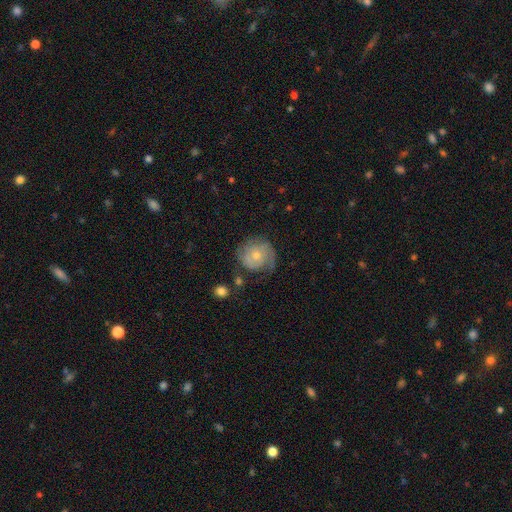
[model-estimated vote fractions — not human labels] Smooth or featured? Predicted: featured or disk (p=0.52). Edge-on disk? Predicted: no (p=0.97). Bar? Predicted: no (p=0.79). Spiral arms? Predicted: yes (p=0.78). Bulge size? Predicted: moderate (p=0.48). Merging? Predicted: none (p=0.57).